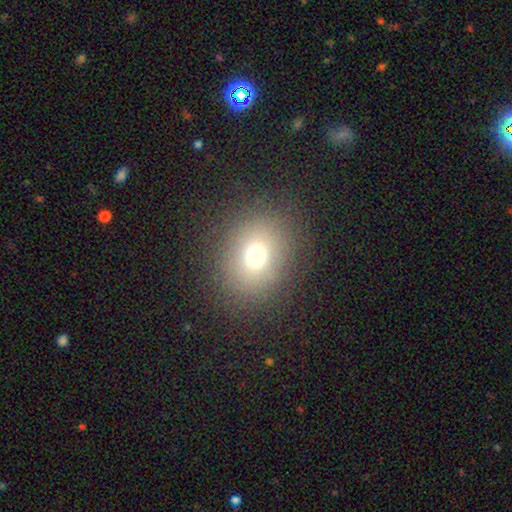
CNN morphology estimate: Smooth or featured? smooth (71%)
How rounded? round (59%)
Merging? none (85%)